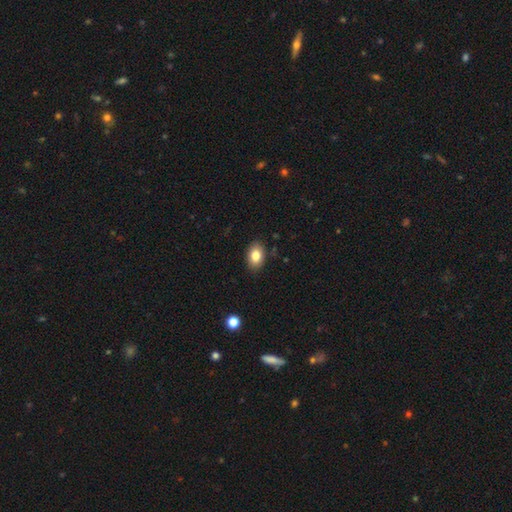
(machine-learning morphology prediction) This appears to be a smooth galaxy with no disk features (82%) that is in between round and cigar-shaped (84%). Merging: none (88%).